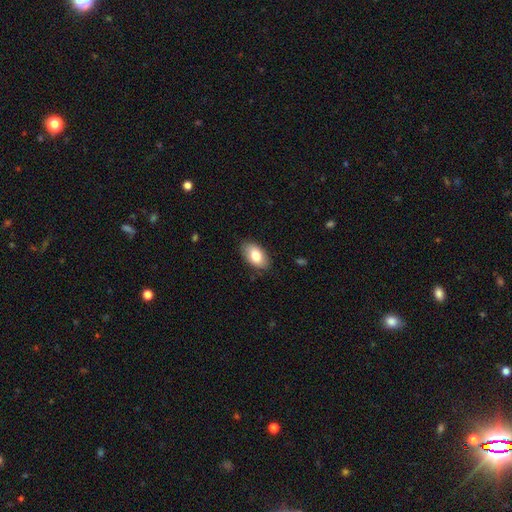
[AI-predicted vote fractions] Smooth or featured? smooth (79%)
How rounded? in between (93%)
Merging? none (84%)